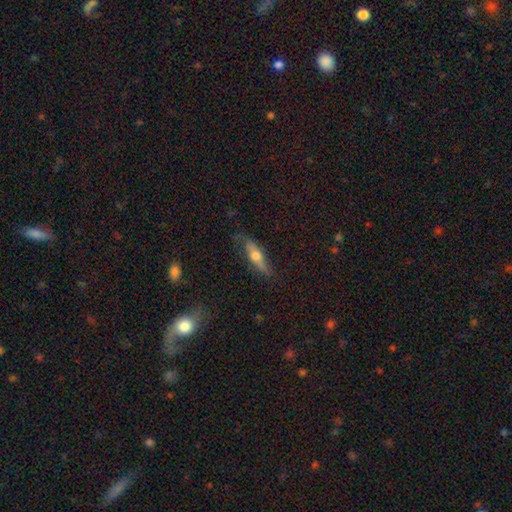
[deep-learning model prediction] smooth_or_featured: featured or disk (p=0.47) [alt: smooth p=0.46]
merging: none (p=0.73) [alt: minor disturbance p=0.20]